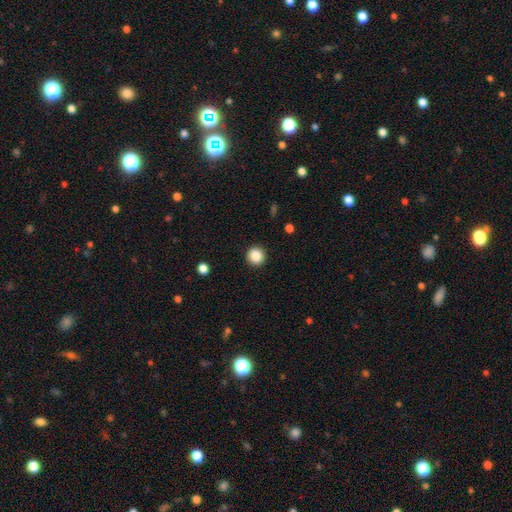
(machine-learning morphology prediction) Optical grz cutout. It shows a smooth galaxy with no disk features (87%) that is round (93%). Merging: none (91%).